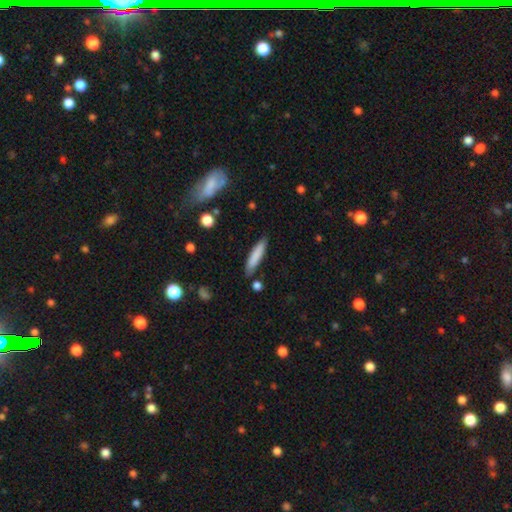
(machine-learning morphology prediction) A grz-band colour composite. It shows a smooth galaxy with no disk features (81%) that is cigar-shaped (84%). Merging: none (85%).